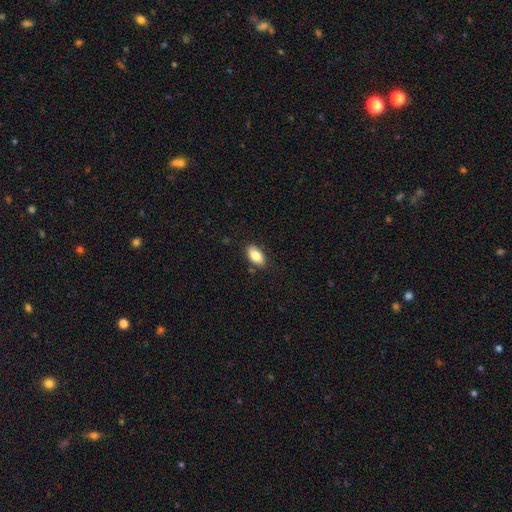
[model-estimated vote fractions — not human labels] This appears to be a smooth galaxy with no disk features (83%) that is in between round and cigar-shaped (93%). Merging: none (85%).